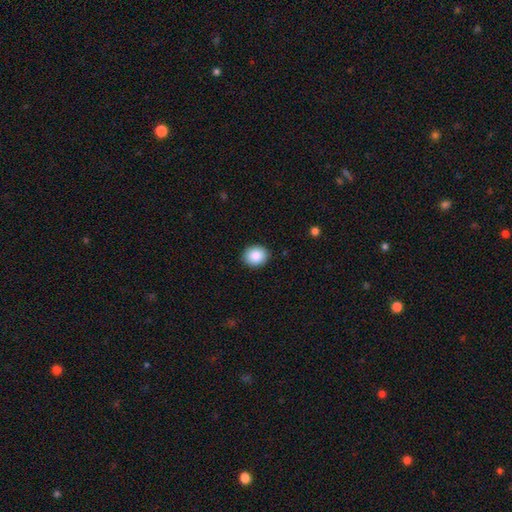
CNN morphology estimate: Smooth or featured? smooth (88%)
How rounded? round (64%)
Merging? none (90%)